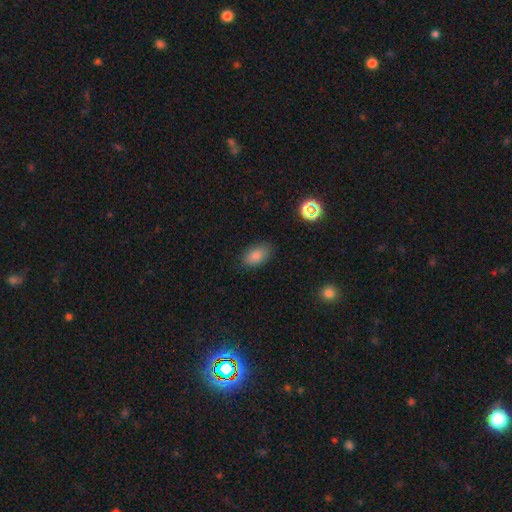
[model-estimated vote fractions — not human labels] Q: Smooth or featured?
A: smooth (82%); runner-up: star or artifact (10%)
Q: How rounded?
A: in between (90%); runner-up: round (8%)
Q: Merging?
A: none (83%); runner-up: minor disturbance (13%)